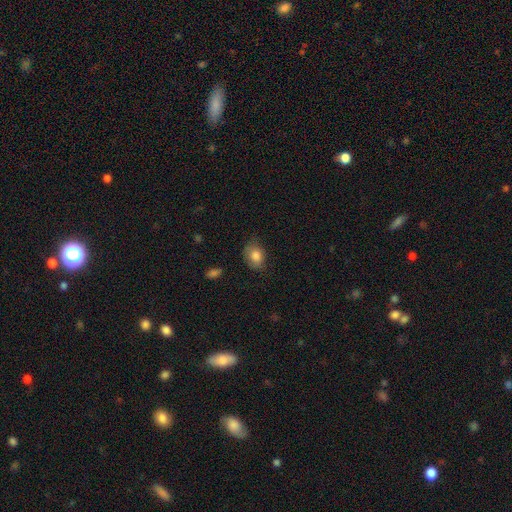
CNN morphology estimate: Q: Smooth or featured?
A: smooth (82%); runner-up: featured or disk (10%)
Q: How rounded?
A: in between (66%); runner-up: round (32%)
Q: Merging?
A: none (58%); runner-up: minor disturbance (30%)